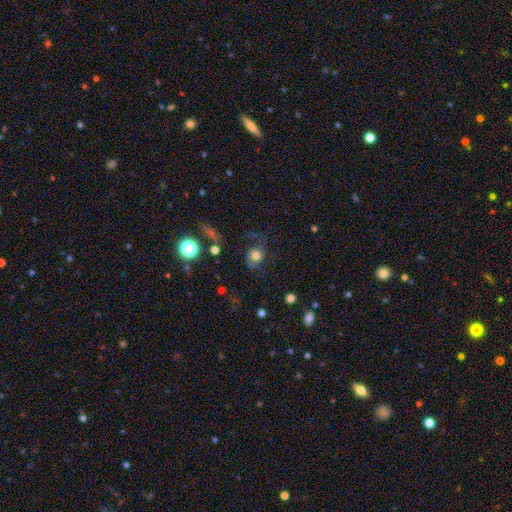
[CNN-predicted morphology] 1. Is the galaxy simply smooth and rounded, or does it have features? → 44% smooth (tied), 44% featured or disk (tied), 12% star or artifact.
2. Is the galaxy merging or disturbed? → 50% none, 27% major disturbance, 20% minor disturbance, 3% merger.